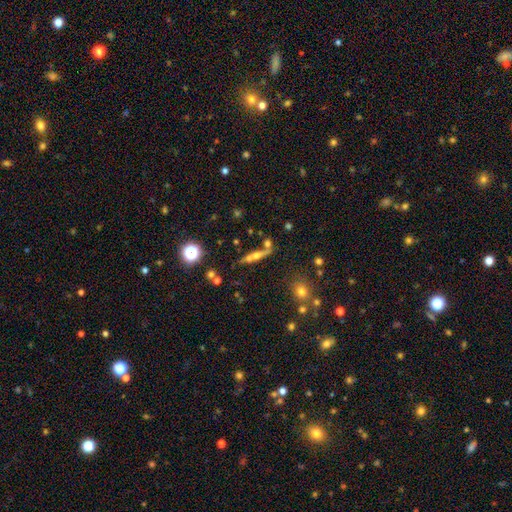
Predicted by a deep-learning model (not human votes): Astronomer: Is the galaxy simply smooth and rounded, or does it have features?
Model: featured or disk — 58%.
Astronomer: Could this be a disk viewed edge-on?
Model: yes — 87%.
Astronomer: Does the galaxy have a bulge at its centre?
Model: rounded — 89%.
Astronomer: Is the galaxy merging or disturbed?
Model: none — 61%.